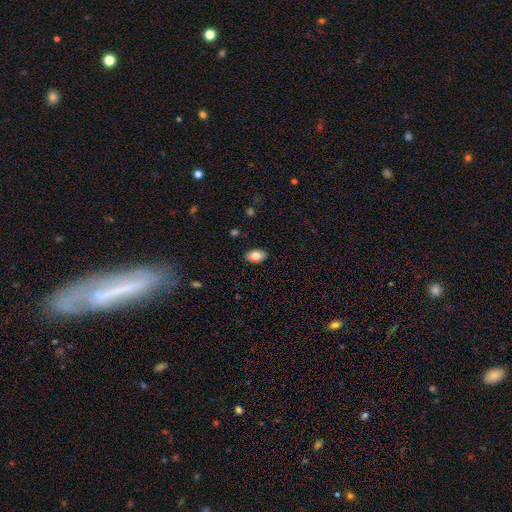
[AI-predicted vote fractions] A smooth galaxy with no disk features (75%) that is in between round and cigar-shaped (91%).

Vote fractions:
- Smooth or featured? smooth: 75% / featured or disk: 16% / star or artifact: 9%
- How rounded? in between: 91% / round: 7% / cigar-shaped: 2%
- Merging? none: 83% / minor disturbance: 13% / major disturbance: 3% / merger: 1%